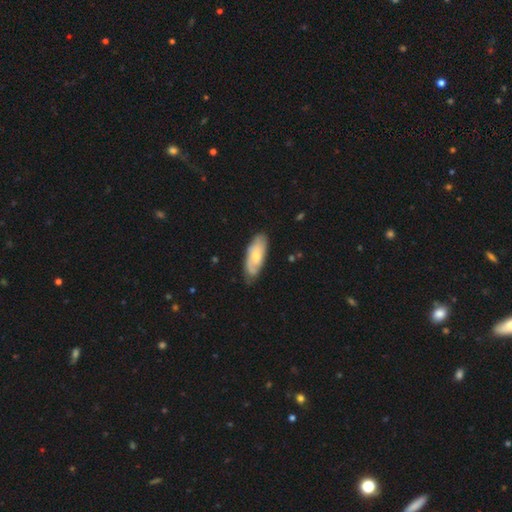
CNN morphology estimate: featured or disk 51%, smooth 44%, star or artifact 5%. Down the decision tree: edge-on disk — no (86%); merging — none (71%).